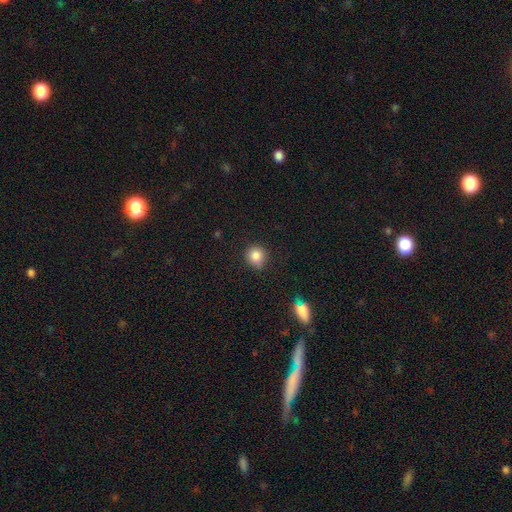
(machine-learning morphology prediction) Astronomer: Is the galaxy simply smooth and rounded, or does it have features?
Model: smooth — 85%.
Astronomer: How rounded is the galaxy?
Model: round — 87%.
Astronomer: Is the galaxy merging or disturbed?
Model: none — 81%.